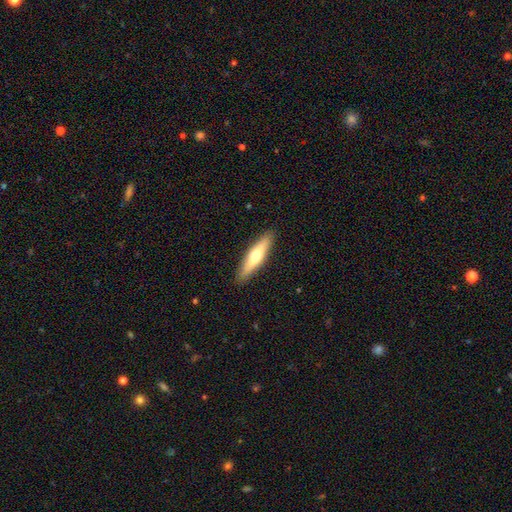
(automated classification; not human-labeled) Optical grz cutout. It shows a smooth galaxy with no disk features (53%) that is cigar-shaped (80%). Merging: none (90%).